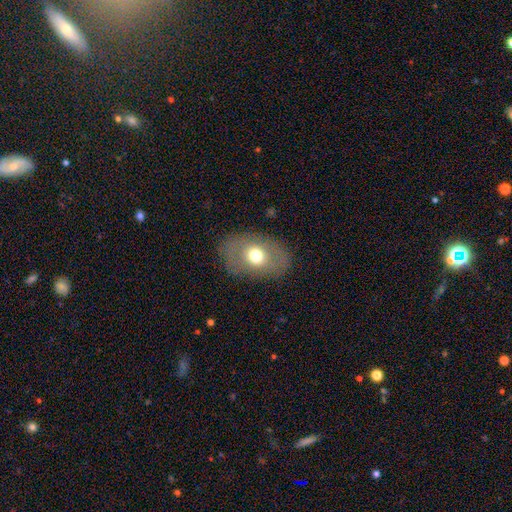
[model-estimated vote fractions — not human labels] This is likely a smooth galaxy (62%). How rounded: likely in between (79%). Merging: clearly none (81%).